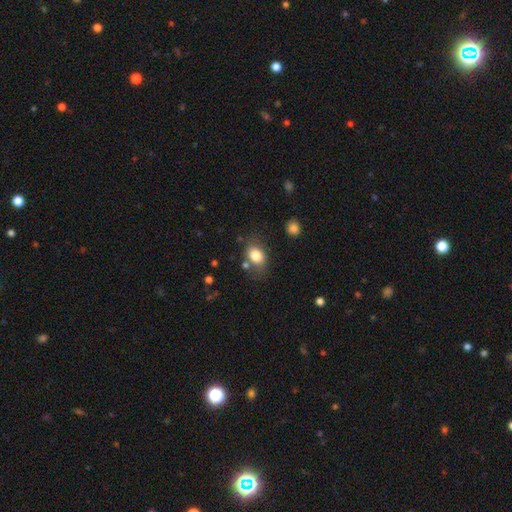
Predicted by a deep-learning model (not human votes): Morphology: type=smooth (81%); roundness=in between (70%); merging=none (68%).